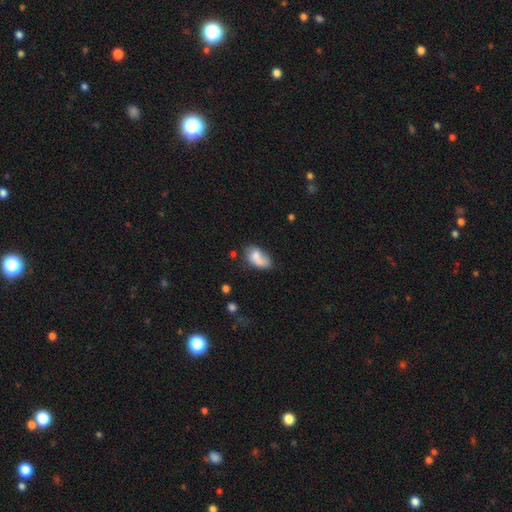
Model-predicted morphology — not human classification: The model was most divided on "merging": merger: 35%, none: 30%, minor disturbance: 21%, major disturbance: 14%. More confident: how rounded — in between (89%); smooth or featured — smooth (69%).